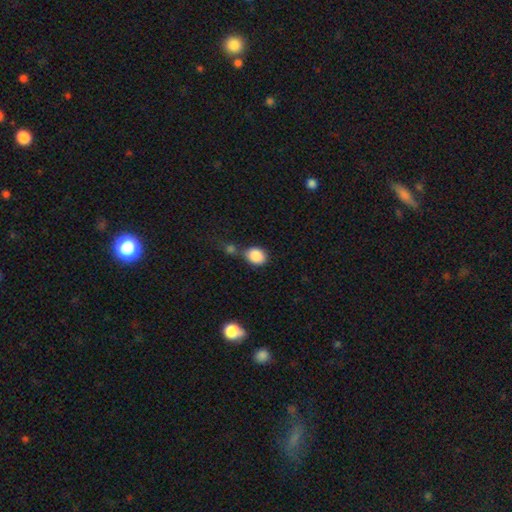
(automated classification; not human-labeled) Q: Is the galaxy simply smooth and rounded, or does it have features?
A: smooth — 87%.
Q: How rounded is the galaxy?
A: in between — 52%.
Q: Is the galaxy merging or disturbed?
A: none — 58%.